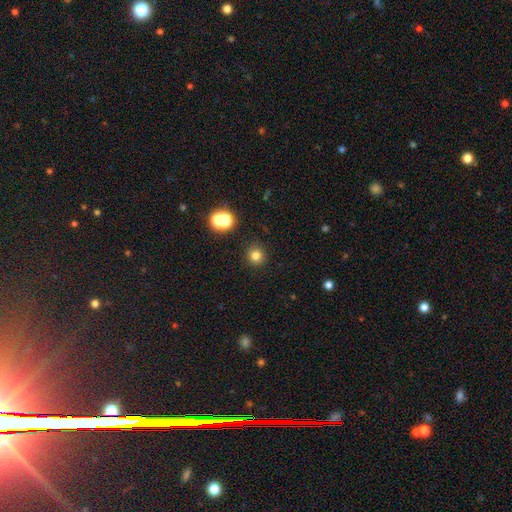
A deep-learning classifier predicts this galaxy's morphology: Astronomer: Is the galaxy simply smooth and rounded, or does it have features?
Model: smooth — 79%.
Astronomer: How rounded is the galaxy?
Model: round — 93%.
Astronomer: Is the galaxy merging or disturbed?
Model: none — 89%.